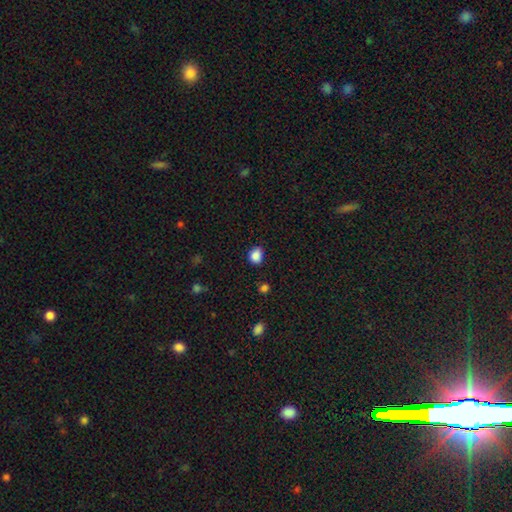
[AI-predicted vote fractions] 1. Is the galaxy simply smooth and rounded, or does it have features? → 86% smooth, 10% star or artifact, 4% featured or disk.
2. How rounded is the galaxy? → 54% round, 45% in between, 1% cigar-shaped.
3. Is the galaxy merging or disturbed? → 79% none, 16% minor disturbance, 3% major disturbance, 2% merger.